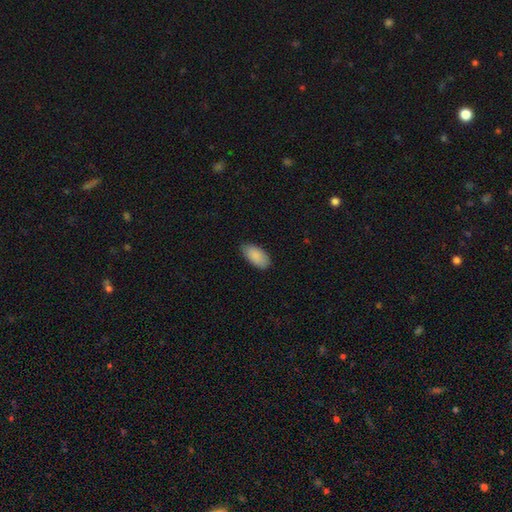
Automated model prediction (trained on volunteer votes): Morphology: type=smooth (89%); roundness=in between (95%); merging=none (80%).